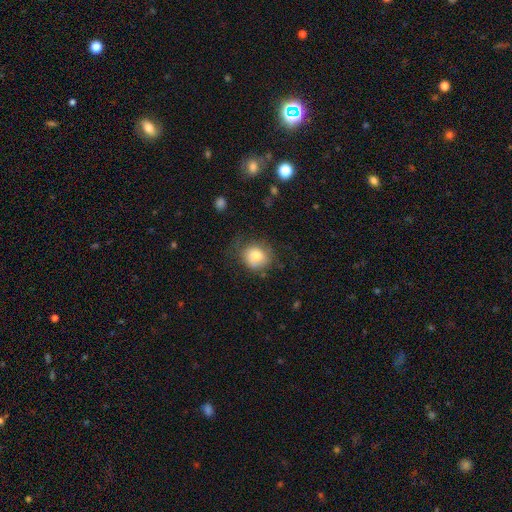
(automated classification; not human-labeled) Smooth or featured: smooth — 78% (featured or disk — 14%)
How rounded: round — 80% (in between — 19%)
Merging: none — 61% (minor disturbance — 25%)